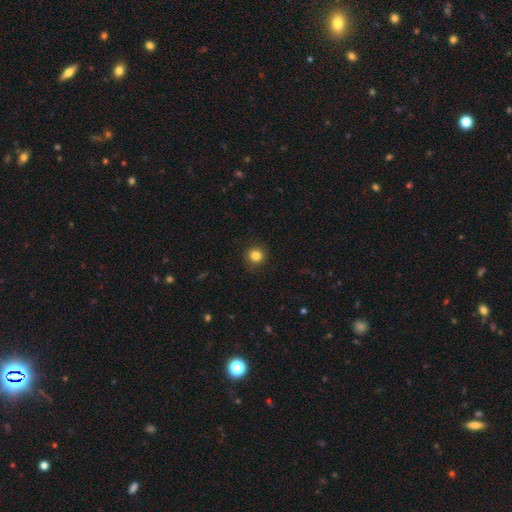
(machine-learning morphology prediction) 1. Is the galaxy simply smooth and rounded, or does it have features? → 83% smooth, 11% star or artifact, 5% featured or disk.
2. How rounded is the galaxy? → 93% round, 6% in between, 1% cigar-shaped.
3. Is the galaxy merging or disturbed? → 89% none, 7% minor disturbance, 2% major disturbance, 1% merger.